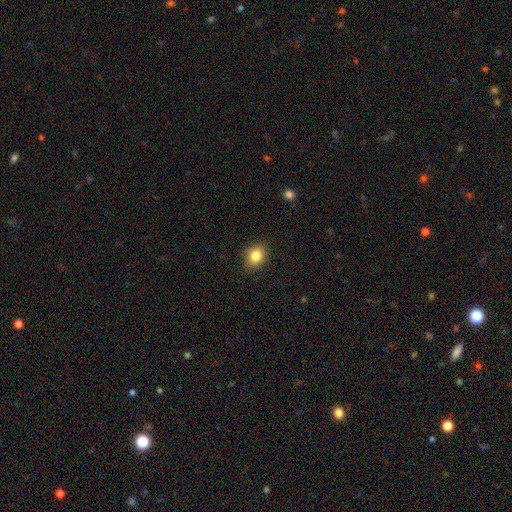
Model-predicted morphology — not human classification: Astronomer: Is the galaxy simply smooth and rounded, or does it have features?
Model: smooth — 83%.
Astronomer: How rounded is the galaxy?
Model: in between — 51% (runner-up: round, 48%).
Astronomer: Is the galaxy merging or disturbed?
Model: none — 87%.